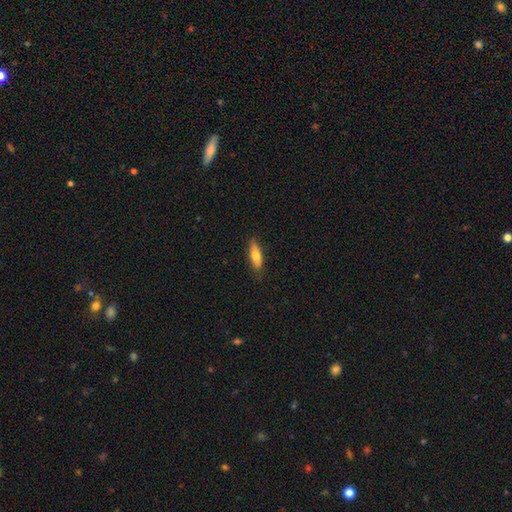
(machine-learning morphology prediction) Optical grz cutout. It shows a smooth galaxy with no disk features (69%) that is in between round and cigar-shaped (57%). Merging: none (81%).